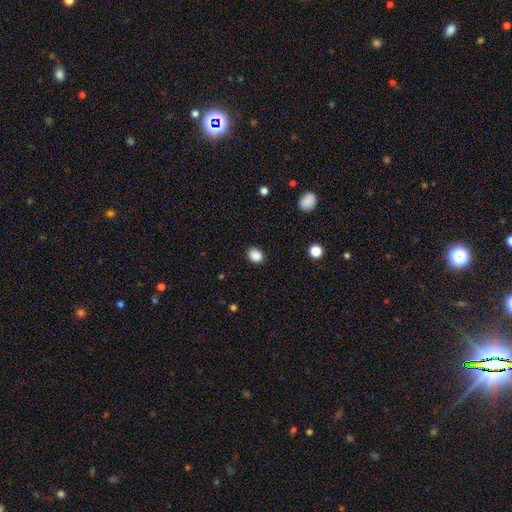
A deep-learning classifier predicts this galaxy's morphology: smooth_or_featured: smooth (p=0.88) [alt: star or artifact p=0.10]
how_rounded: in between (p=0.54) [alt: round p=0.45]
merging: none (p=0.87) [alt: minor disturbance p=0.09]